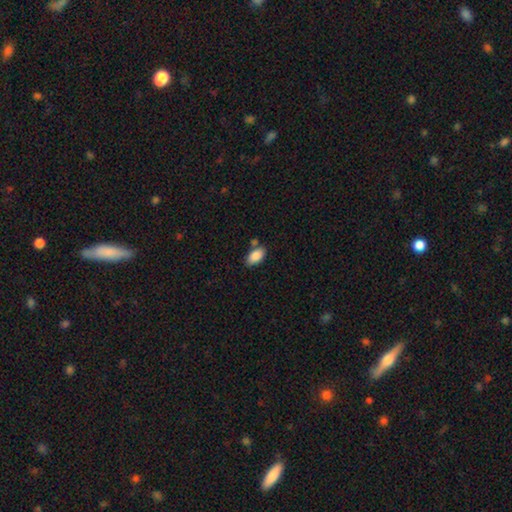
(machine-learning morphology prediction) The model was most divided on "merging": none: 72%, minor disturbance: 14%, merger: 11%, major disturbance: 3%. More confident: how rounded — in between (94%); smooth or featured — smooth (88%).